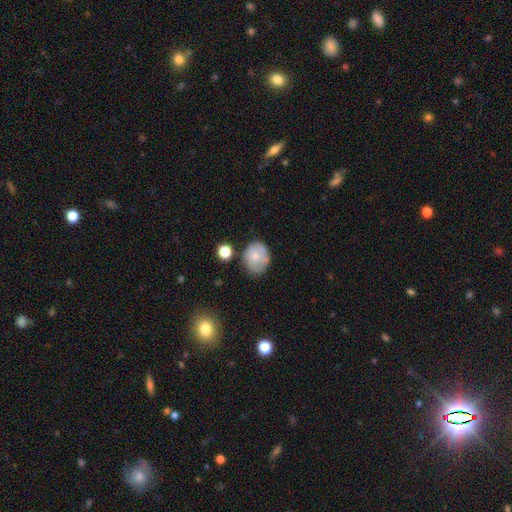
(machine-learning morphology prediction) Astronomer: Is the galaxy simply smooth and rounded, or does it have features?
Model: smooth — 65%.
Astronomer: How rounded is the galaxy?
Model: round — 53% (runner-up: in between, 46%).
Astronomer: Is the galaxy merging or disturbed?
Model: none — 57%.